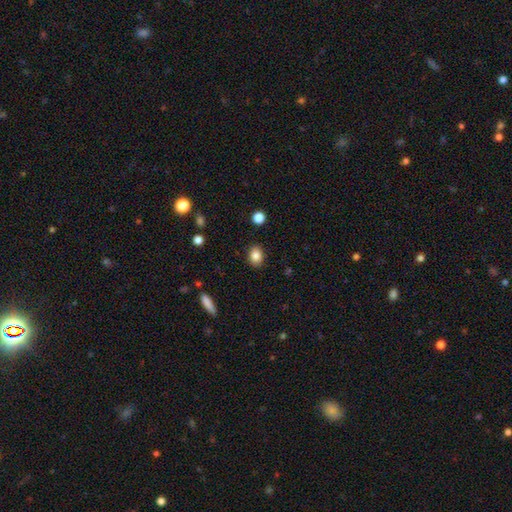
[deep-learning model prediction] This appears to be a smooth galaxy with no disk features (85%) that is in between round and cigar-shaped (62%). Merging: none (88%).